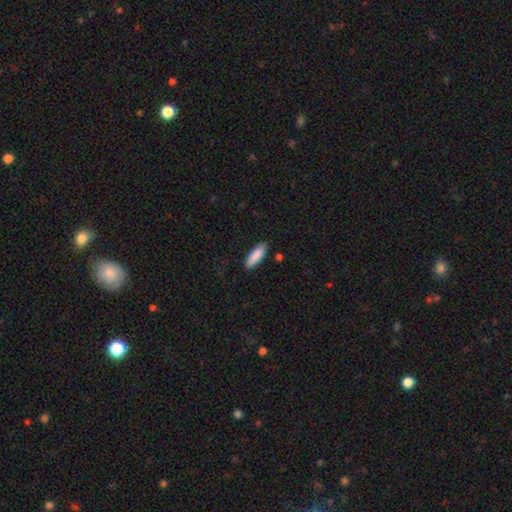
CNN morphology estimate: This appears to be a smooth galaxy with no disk features (88%) that is in between round and cigar-shaped (54%). Merging: none (85%).